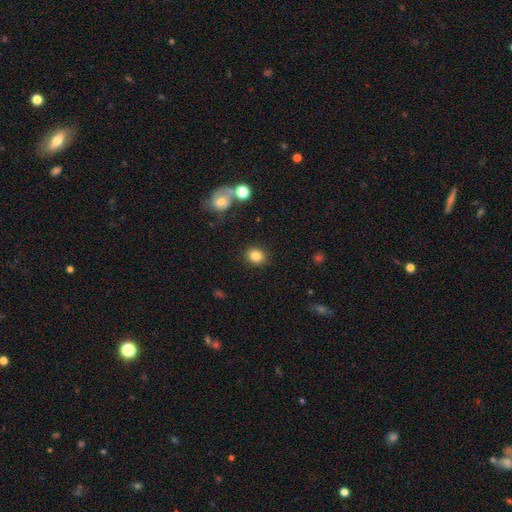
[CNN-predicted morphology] The model was most divided on "how rounded": round: 61%, in between: 38%, cigar-shaped: 1%. More confident: merging — none (87%); smooth or featured — smooth (84%).